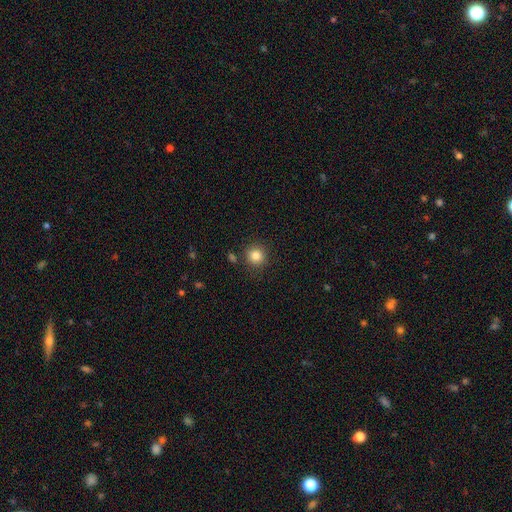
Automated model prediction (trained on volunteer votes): smooth-or-featured: smooth: 84% | star or artifact: 11% | featured or disk: 5%
  how-rounded: round: 93% | in between: 6% | cigar-shaped: 1%
  merging: none: 86% | minor disturbance: 8% | merger: 4% | major disturbance: 3%